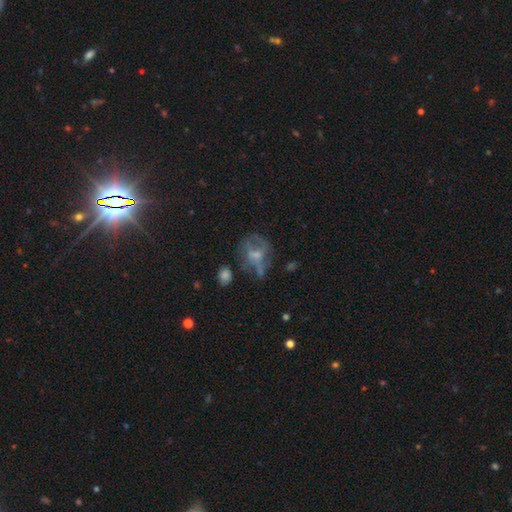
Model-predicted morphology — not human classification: featured or disk 54%, smooth 32%, star or artifact 14%. Down the decision tree: edge-on disk — no (95%); bar — no (64%); spiral arms — no (66%); bulge size — small (42%); merging — none (39%).